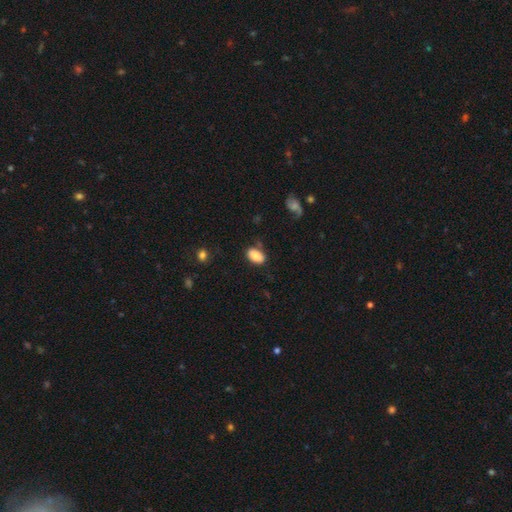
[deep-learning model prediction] smooth-or-featured: smooth: 84% | featured or disk: 9% | star or artifact: 7%
  how-rounded: in between: 91% | round: 7% | cigar-shaped: 2%
  merging: none: 75% | minor disturbance: 17% | major disturbance: 5% | merger: 3%